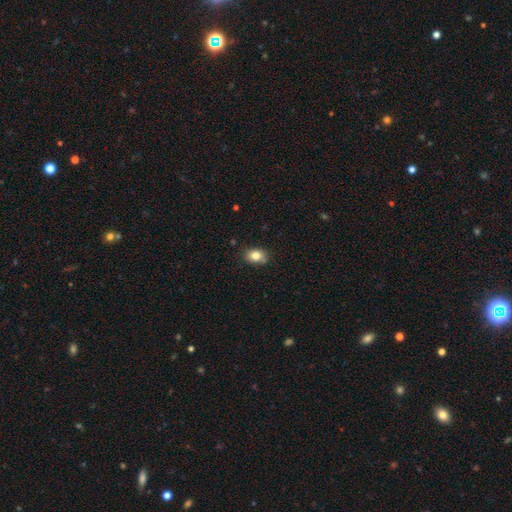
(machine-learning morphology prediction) Smooth or featured: smooth — 82% (star or artifact — 9%)
How rounded: in between — 75% (round — 24%)
Merging: none — 81% (minor disturbance — 15%)